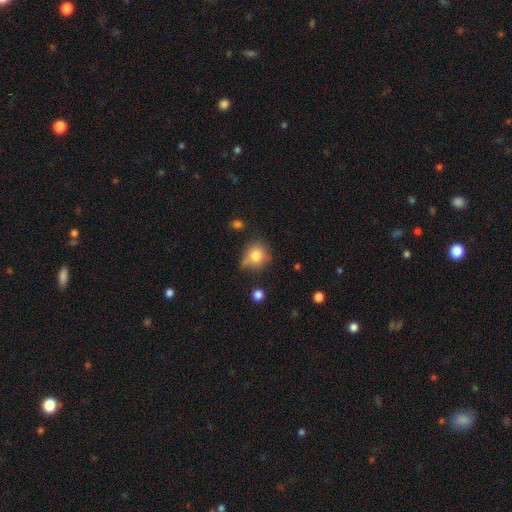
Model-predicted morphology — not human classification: Q: Smooth or featured?
A: smooth (77%); runner-up: featured or disk (12%)
Q: How rounded?
A: round (79%); runner-up: in between (20%)
Q: Merging?
A: none (56%); runner-up: minor disturbance (30%)